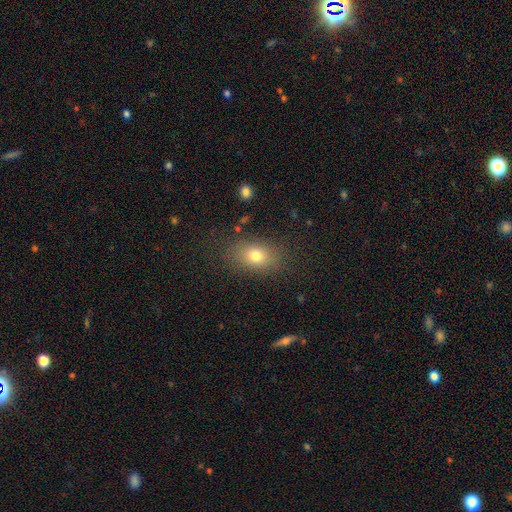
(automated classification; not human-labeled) smooth_or_featured: smooth (p=0.76) [alt: star or artifact p=0.12]
how_rounded: in between (p=0.76) [alt: round p=0.23]
merging: none (p=0.83) [alt: minor disturbance p=0.11]